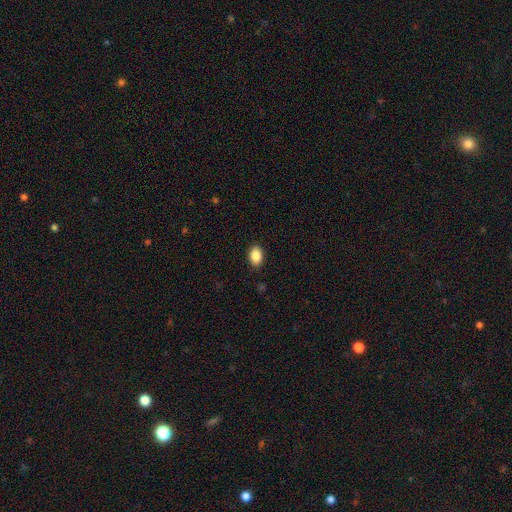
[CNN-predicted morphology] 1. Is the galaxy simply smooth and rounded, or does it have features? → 88% smooth, 8% star or artifact, 4% featured or disk.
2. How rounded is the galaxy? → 86% in between, 13% round, 1% cigar-shaped.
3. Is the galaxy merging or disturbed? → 89% none, 8% minor disturbance, 2% major disturbance, 1% merger.